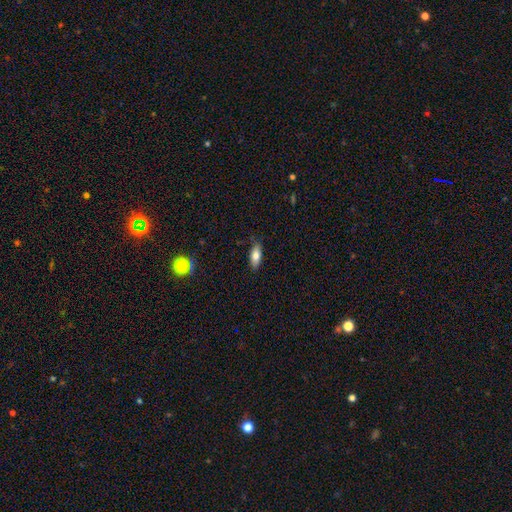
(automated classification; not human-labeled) The model was most divided on "how rounded": in between: 76%, cigar-shaped: 22%, round: 3%. More confident: merging — none (84%); smooth or featured — smooth (76%).